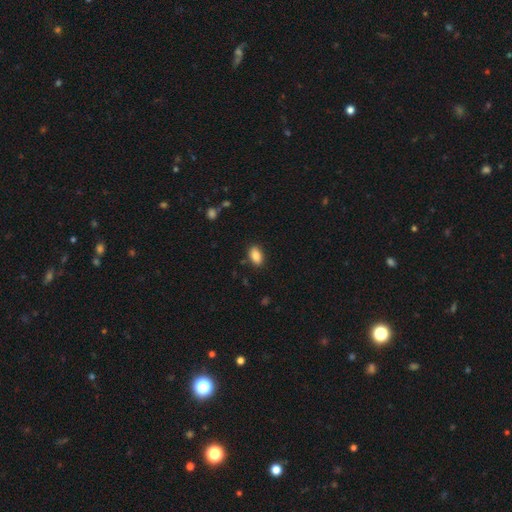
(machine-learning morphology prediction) smooth-or-featured: smooth: 86% | star or artifact: 8% | featured or disk: 6%
  how-rounded: in between: 91% | round: 6% | cigar-shaped: 3%
  merging: none: 87% | minor disturbance: 10% | major disturbance: 2% | merger: 2%